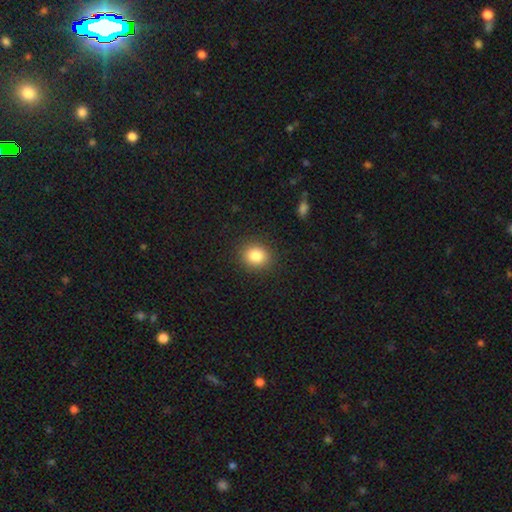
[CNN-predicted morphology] The model was most divided on "how rounded": round: 75%, in between: 24%, cigar-shaped: 1%. More confident: merging — none (90%); smooth or featured — smooth (84%).